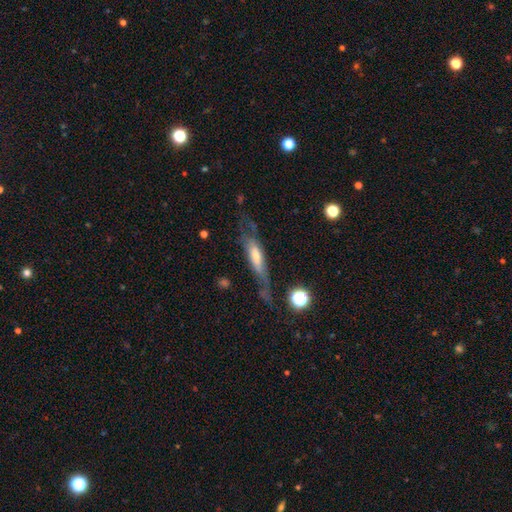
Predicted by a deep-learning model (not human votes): featured or disk 57%, smooth 34%, star or artifact 9%. Down the decision tree: edge-on disk — yes (57%); merging — none (49%).